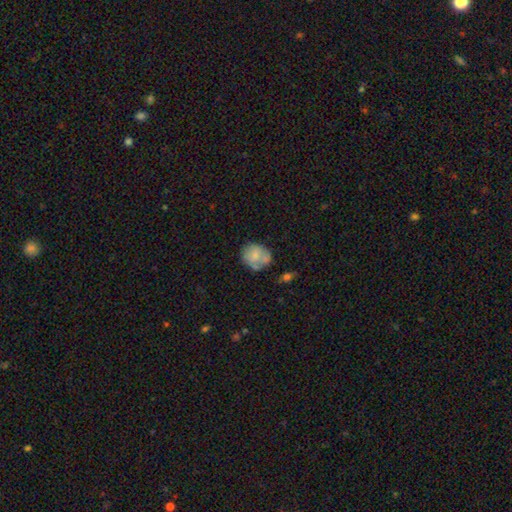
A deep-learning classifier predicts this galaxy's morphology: smooth-or-featured: smooth: 67% | featured or disk: 25% | star or artifact: 8%
  how-rounded: round: 71% | in between: 28% | cigar-shaped: 1%
  merging: none: 55% | minor disturbance: 23% | merger: 14% | major disturbance: 8%